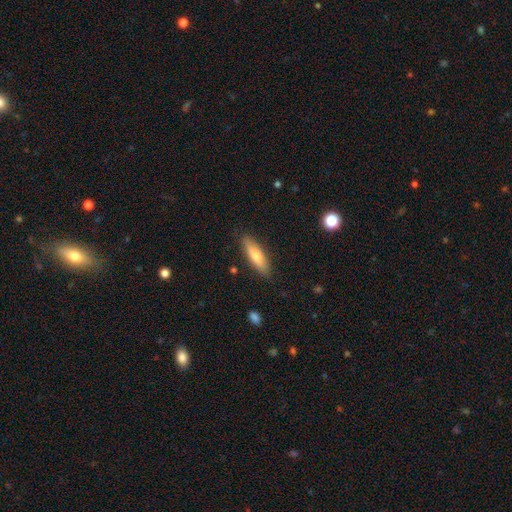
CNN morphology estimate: A smooth galaxy with no disk features (70%) that is cigar-shaped (62%).

Vote fractions:
- Smooth or featured? smooth: 70% / featured or disk: 24% / star or artifact: 7%
- How rounded? cigar-shaped: 62% / in between: 36% / round: 2%
- Merging? none: 87% / minor disturbance: 10% / major disturbance: 2% / merger: 1%